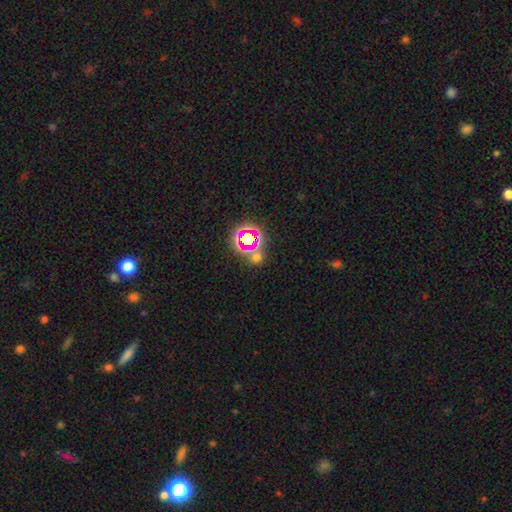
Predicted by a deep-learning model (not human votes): Smooth or featured?
  - star or artifact: 63% *
  - smooth: 26%
  - featured or disk: 11%